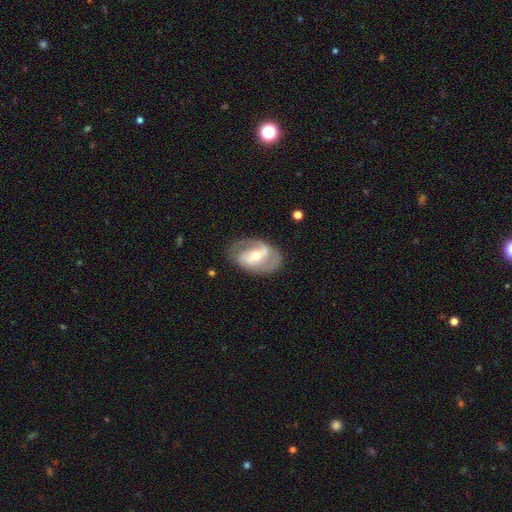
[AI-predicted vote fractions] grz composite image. It shows a featured or disk galaxy (78%) with a weak bar (39%, tied with strong), 2 (78%) medium (45%) spiral arms (85%) and a moderate central bulge (55%). Merging: none (72%).